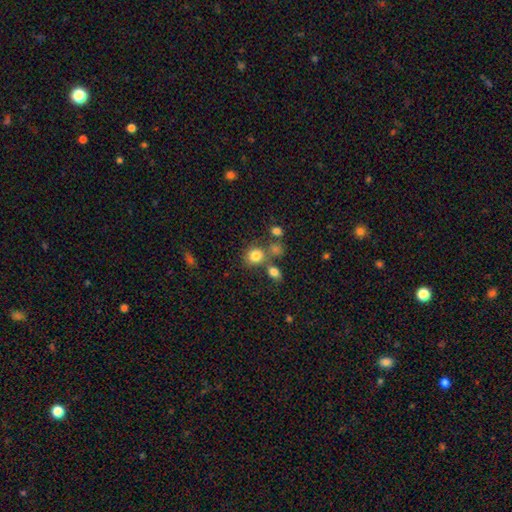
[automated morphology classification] Smooth or featured: smooth — 80% (star or artifact — 12%)
How rounded: round — 78% (in between — 21%)
Merging: none — 62% (merger — 22%)